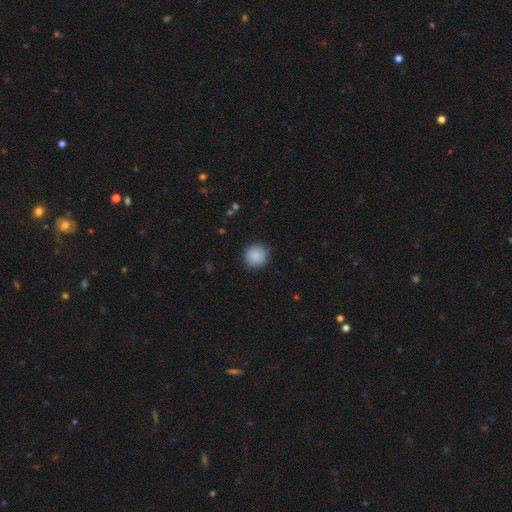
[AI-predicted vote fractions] Smooth or featured?
  - smooth: 88% *
  - star or artifact: 7%
  - featured or disk: 5%
How rounded?
  - round: 94% *
  - in between: 5%
  - cigar-shaped: 1%
Merging?
  - none: 89% *
  - minor disturbance: 8%
  - major disturbance: 2%
  - merger: 1%